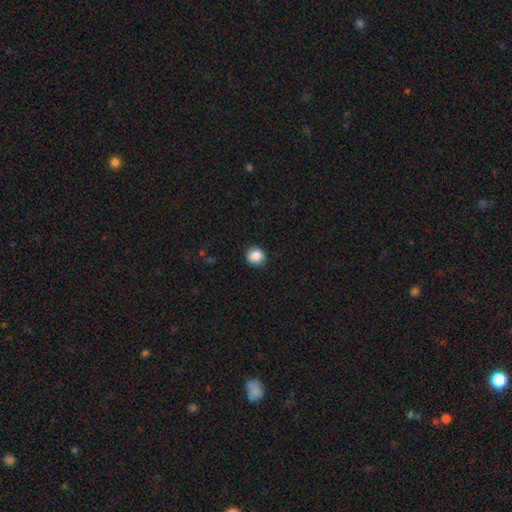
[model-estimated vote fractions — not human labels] The model was most divided on "smooth or featured": smooth: 88%, star or artifact: 9%, featured or disk: 3%. More confident: how rounded — round (92%); merging — none (91%).